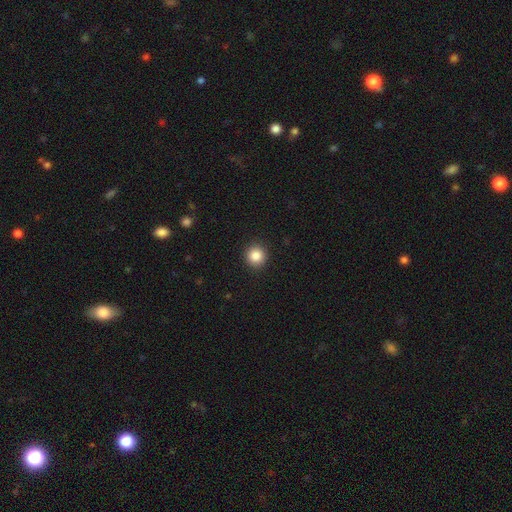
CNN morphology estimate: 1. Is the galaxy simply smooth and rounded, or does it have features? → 86% smooth, 10% star or artifact, 4% featured or disk.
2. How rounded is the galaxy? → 94% round, 5% in between, 1% cigar-shaped.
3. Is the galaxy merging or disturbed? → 92% none, 5% minor disturbance, 2% major disturbance, 1% merger.